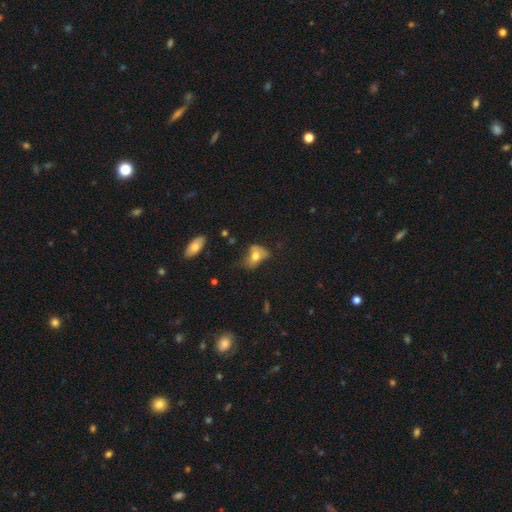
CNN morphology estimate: Smooth or featured? smooth (63%)
How rounded? in between (78%)
Merging? major disturbance (35%)